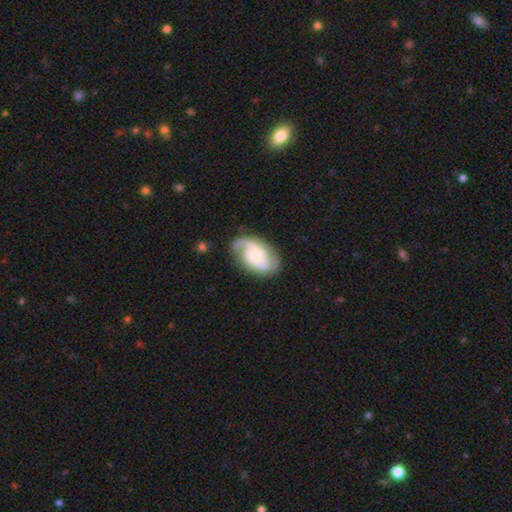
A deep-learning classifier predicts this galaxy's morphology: Q: Smooth or featured?
A: featured or disk (79%); runner-up: smooth (16%)
Q: Edge-on disk?
A: no (97%); runner-up: yes (3%)
Q: Bar?
A: no (44%); runner-up: weak (43%)
Q: Spiral arms?
A: yes (94%); runner-up: no (6%)
Q: Spiral winding?
A: medium (49%); runner-up: loose (27%)
Q: Spiral arm count?
A: 2 (84%); runner-up: can't tell (6%)
Q: Bulge size?
A: small (40%); runner-up: moderate (37%)
Q: Merging?
A: none (74%); runner-up: minor disturbance (17%)